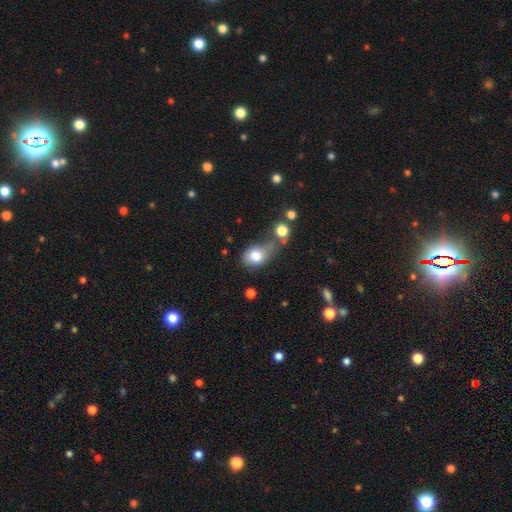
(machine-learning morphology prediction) This is likely a smooth galaxy (79%). How rounded: likely in between (66%). Merging: marginally none (29%).